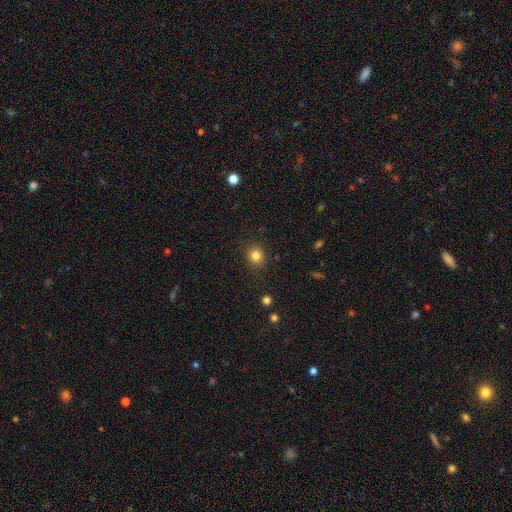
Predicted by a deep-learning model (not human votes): Morphology: type=smooth (82%); roundness=round (88%); merging=none (89%).